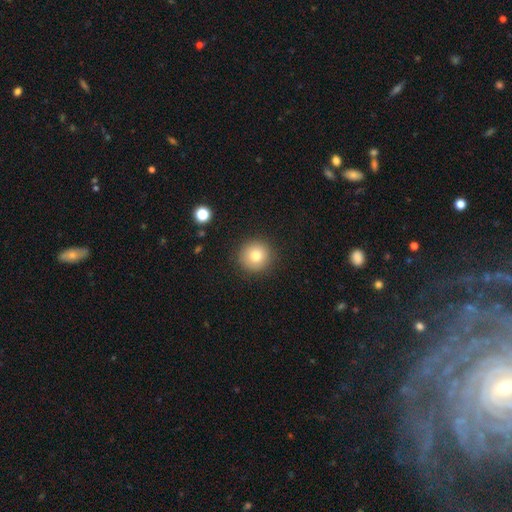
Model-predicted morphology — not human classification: Smooth or featured: smooth — 79% (star or artifact — 11%)
How rounded: round — 94% (in between — 5%)
Merging: none — 90% (minor disturbance — 7%)